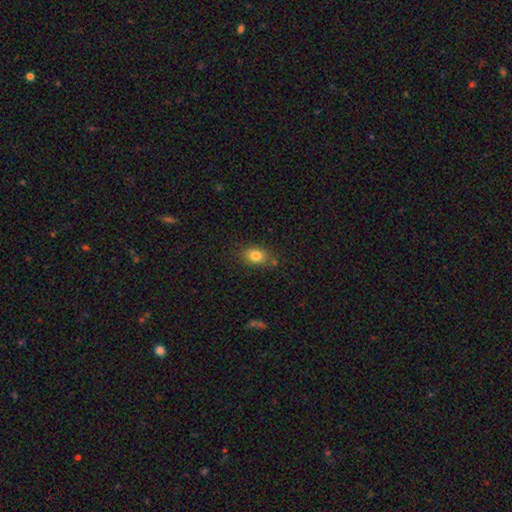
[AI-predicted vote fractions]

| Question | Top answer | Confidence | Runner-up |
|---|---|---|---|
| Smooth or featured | smooth | 82% | star or artifact (10%) |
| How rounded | in between | 71% | round (27%) |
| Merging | none | 77% | minor disturbance (15%) |